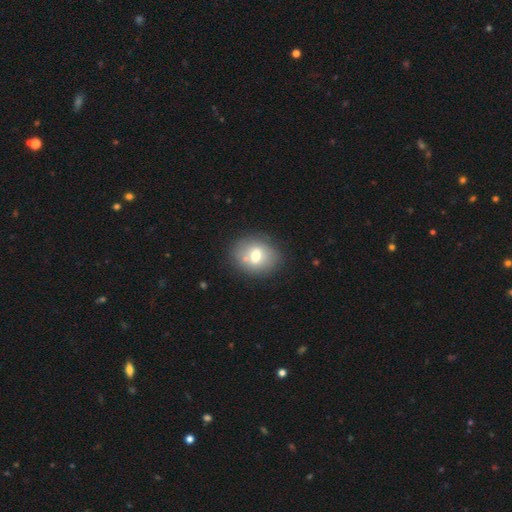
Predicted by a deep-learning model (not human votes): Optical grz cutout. It shows a smooth galaxy with no disk features (66%) that is round (61%). Merging: none (74%).